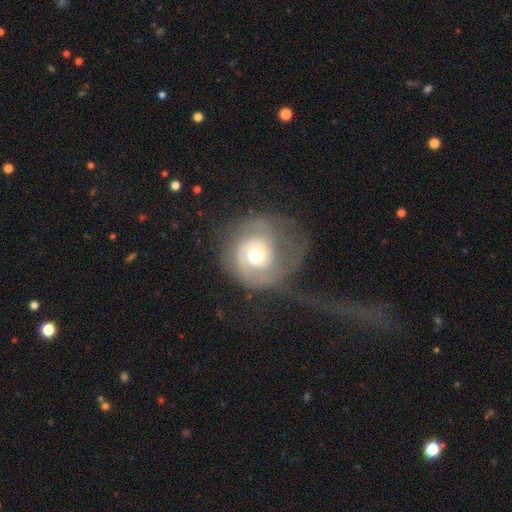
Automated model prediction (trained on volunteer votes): A featured or disk galaxy (66%) with no bar (77%), spiral arms (75%) and a moderate central bulge (67%). Merging: major disturbance (43%).